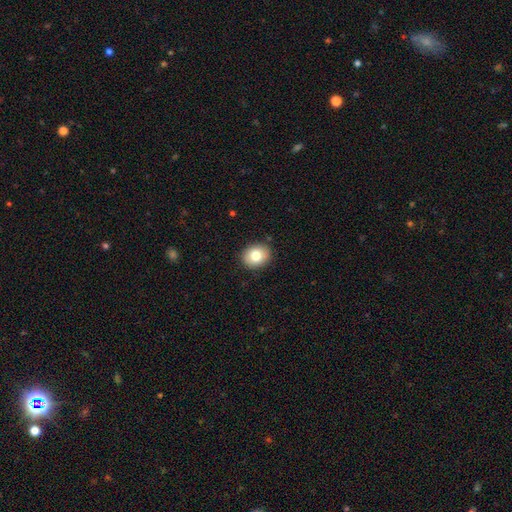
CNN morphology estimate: smooth 79%, featured or disk 12%, star or artifact 9%. Down the decision tree: how rounded — round (56%); merging — none (89%).